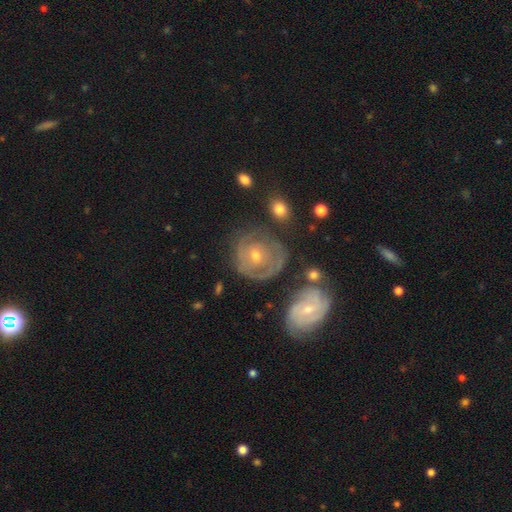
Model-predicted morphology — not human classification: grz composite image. It shows a featured or disk galaxy (74%) with no bar (70%), tight (69%) spiral arms (83%) and a small central bulge (55%). Merging: none (60%).